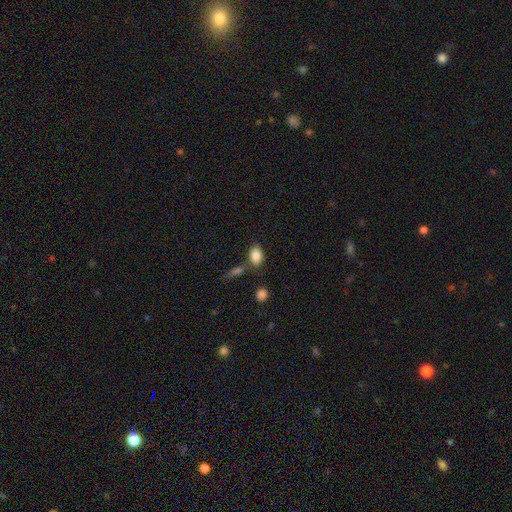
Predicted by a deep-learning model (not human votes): Q: Smooth or featured?
A: smooth (86%); runner-up: star or artifact (8%)
Q: How rounded?
A: in between (82%); runner-up: round (17%)
Q: Merging?
A: none (70%); runner-up: minor disturbance (13%)